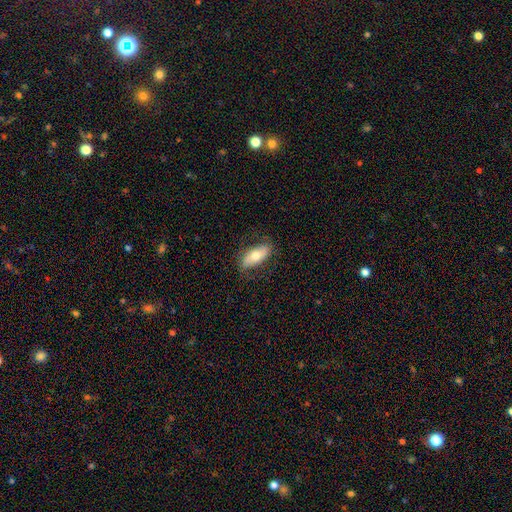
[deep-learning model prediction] A smooth galaxy with no disk features (60%) that is in between round and cigar-shaped (82%).

Vote fractions:
- Smooth or featured? smooth: 60% / featured or disk: 34% / star or artifact: 6%
- How rounded? in between: 82% / cigar-shaped: 14% / round: 3%
- Merging? none: 78% / minor disturbance: 16% / major disturbance: 5% / merger: 1%